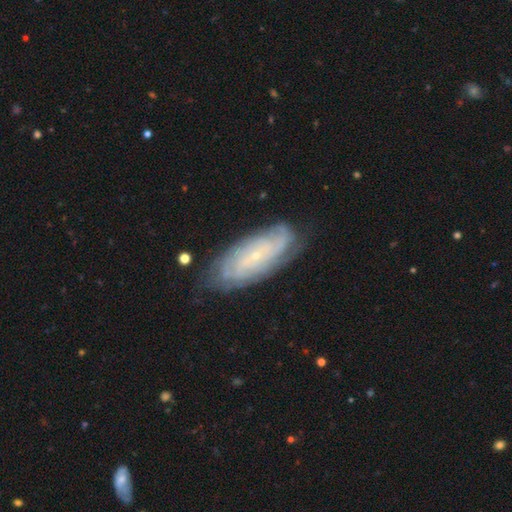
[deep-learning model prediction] Smooth or featured? Predicted: featured or disk (p=0.77). Edge-on disk? Predicted: no (p=0.90). Bar? Predicted: no (p=0.74). Spiral arms? Predicted: yes (p=0.92). Spiral winding? Predicted: tight (p=0.71). Spiral arm count? Predicted: can't tell (p=0.48). Bulge size? Predicted: small (p=0.86). Merging? Predicted: none (p=0.77).